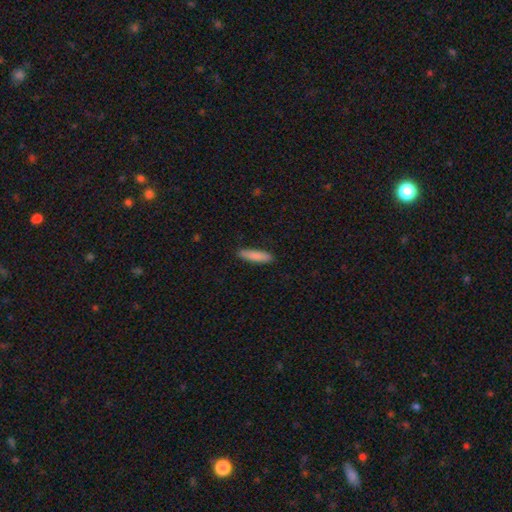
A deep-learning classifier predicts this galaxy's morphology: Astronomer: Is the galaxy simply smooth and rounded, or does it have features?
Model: smooth — 86%.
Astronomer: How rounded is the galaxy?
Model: cigar-shaped — 82%.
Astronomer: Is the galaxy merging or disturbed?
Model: none — 90%.